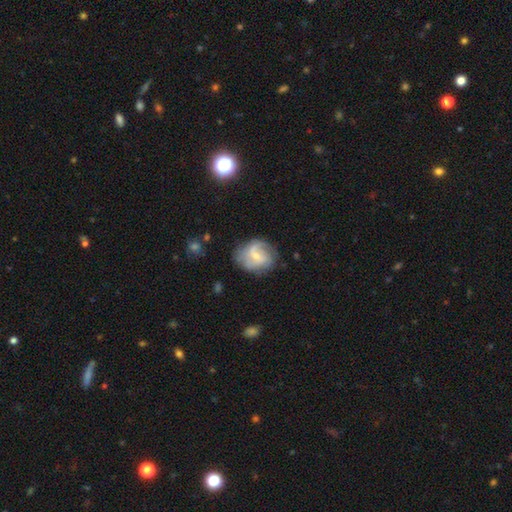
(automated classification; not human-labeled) smooth_or_featured: featured or disk (p=0.67) [alt: smooth p=0.27]
disk_edge_on: no (p=0.98) [alt: yes p=0.02]
bar: weak (p=0.55) [alt: no p=0.31]
has_spiral_arms: yes (p=0.88) [alt: no p=0.12]
spiral_winding: medium (p=0.41) [alt: loose p=0.39]
spiral_arm_count: 2 (p=0.55) [alt: can't tell p=0.19]
bulge_size: small (p=0.58) [alt: moderate p=0.32]
merging: none (p=0.64) [alt: minor disturbance p=0.22]